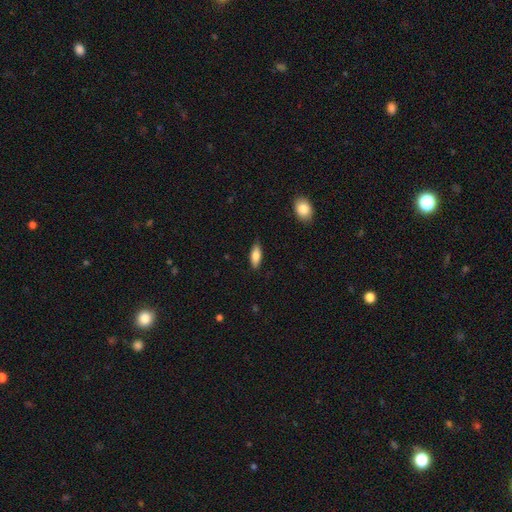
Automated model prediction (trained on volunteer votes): A smooth galaxy with no disk features (81%) that is in between round and cigar-shaped (72%).

Vote fractions:
- Smooth or featured? smooth: 81% / featured or disk: 13% / star or artifact: 6%
- How rounded? in between: 72% / cigar-shaped: 26% / round: 2%
- Merging? none: 84% / minor disturbance: 13% / major disturbance: 2% / merger: 1%